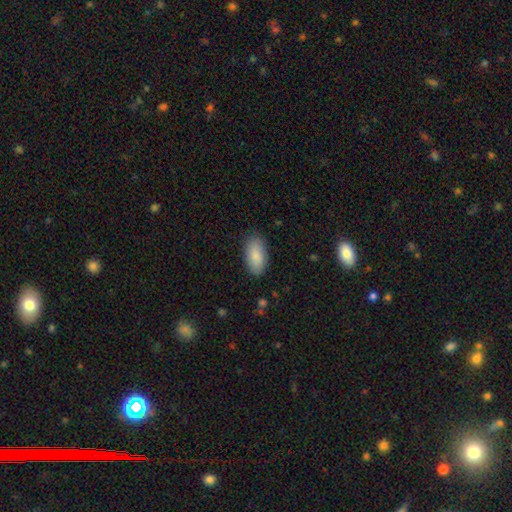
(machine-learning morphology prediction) A smooth galaxy with no disk features (87%) that is in between round and cigar-shaped (94%). Merging: none (85%).